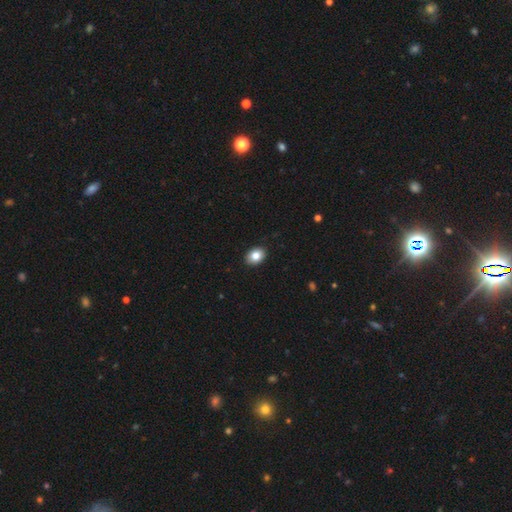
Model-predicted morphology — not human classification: type=smooth (84%); roundness=in between (72%); merging=none (90%).